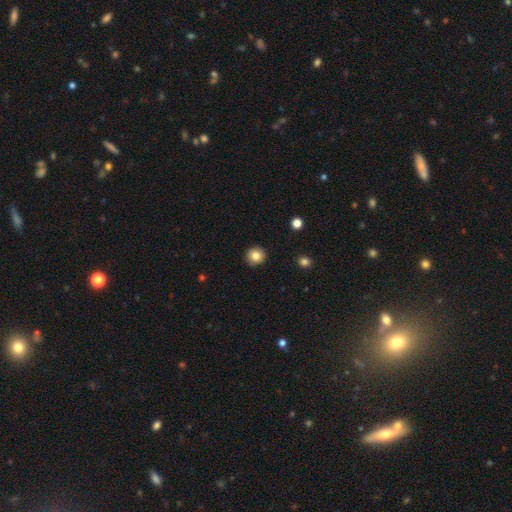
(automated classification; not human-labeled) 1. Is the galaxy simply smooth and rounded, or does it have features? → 83% smooth, 10% star or artifact, 6% featured or disk.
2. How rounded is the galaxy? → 91% round, 8% in between, 1% cigar-shaped.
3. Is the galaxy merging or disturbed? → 90% none, 7% minor disturbance, 2% major disturbance, 1% merger.